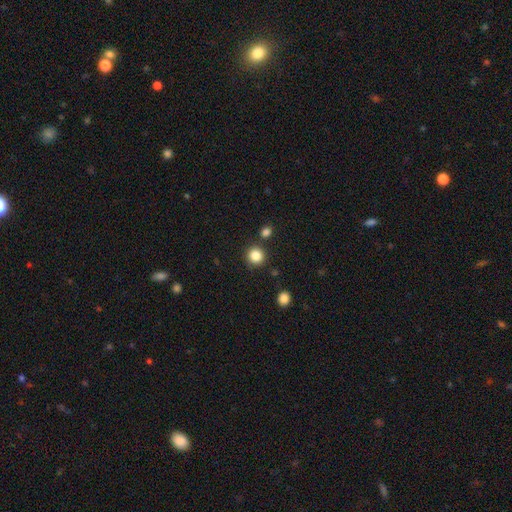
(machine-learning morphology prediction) smooth_or_featured: smooth (p=0.85) [alt: star or artifact p=0.11]
how_rounded: round (p=0.92) [alt: in between p=0.07]
merging: none (p=0.85) [alt: minor disturbance p=0.07]